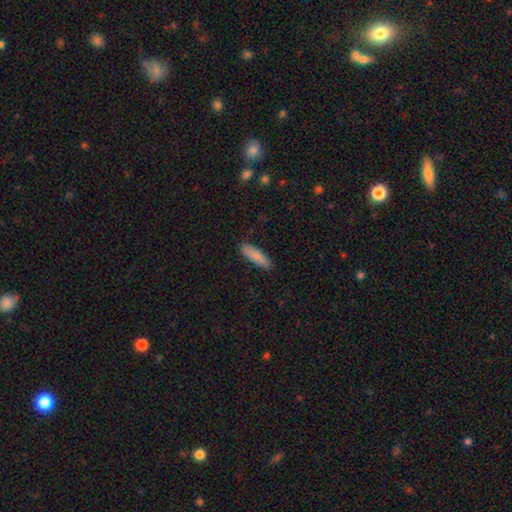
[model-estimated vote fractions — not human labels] Smooth or featured? smooth (80%)
How rounded? cigar-shaped (59%)
Merging? none (84%)